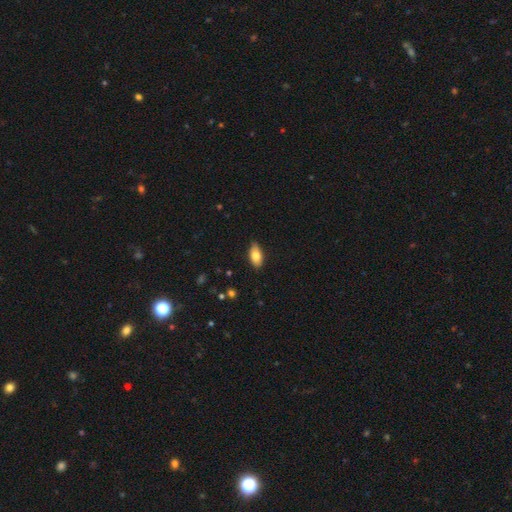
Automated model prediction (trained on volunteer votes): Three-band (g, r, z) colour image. It shows a smooth galaxy with no disk features (80%) that is in between round and cigar-shaped (90%). Merging: none (84%).